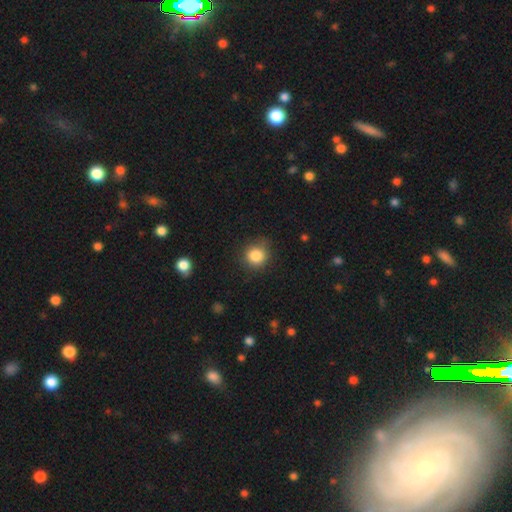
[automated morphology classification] A smooth galaxy with no disk features (84%) that is round (88%).

Vote fractions:
- Smooth or featured? smooth: 84% / star or artifact: 11% / featured or disk: 5%
- How rounded? round: 88% / in between: 11% / cigar-shaped: 1%
- Merging? none: 80% / minor disturbance: 15% / major disturbance: 4% / merger: 1%